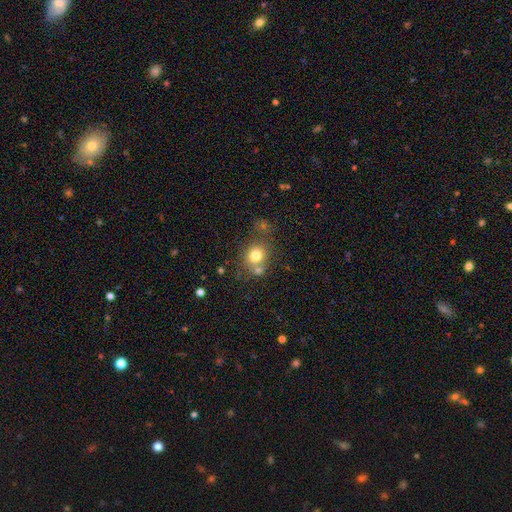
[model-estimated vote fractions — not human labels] Overall: smooth (76%). How rounded: round (74%). Merging: none (59%; merger 24%).